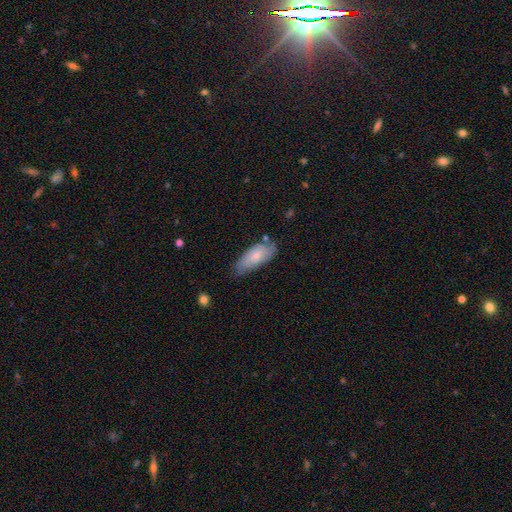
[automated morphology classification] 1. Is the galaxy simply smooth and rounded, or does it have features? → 70% smooth, 24% featured or disk, 6% star or artifact.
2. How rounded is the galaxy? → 84% in between, 15% cigar-shaped, 2% round.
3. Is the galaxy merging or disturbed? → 60% none, 30% minor disturbance, 6% major disturbance, 4% merger.